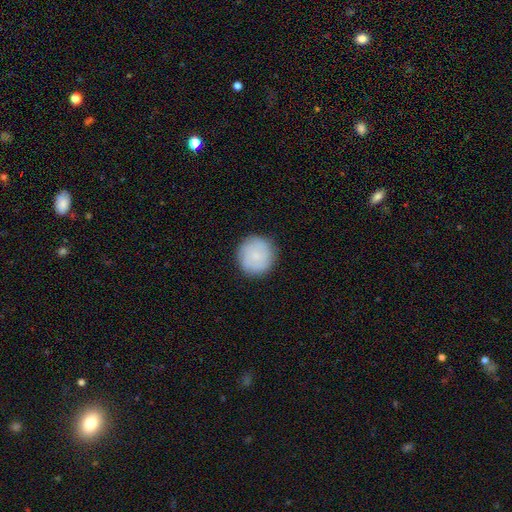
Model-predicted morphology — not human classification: Smooth or featured?
  - smooth: 70% *
  - featured or disk: 23%
  - star or artifact: 7%
How rounded?
  - round: 95% *
  - in between: 4%
  - cigar-shaped: 1%
Merging?
  - none: 87% *
  - minor disturbance: 9%
  - major disturbance: 3%
  - merger: 1%